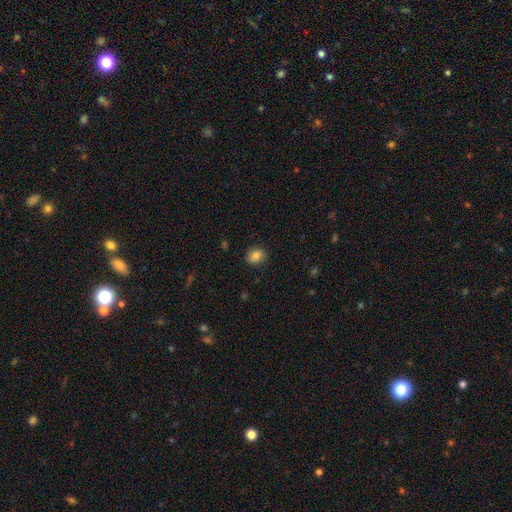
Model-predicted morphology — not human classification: This appears to be a smooth galaxy with no disk features (84%) that is round (59%). Merging: none (83%).